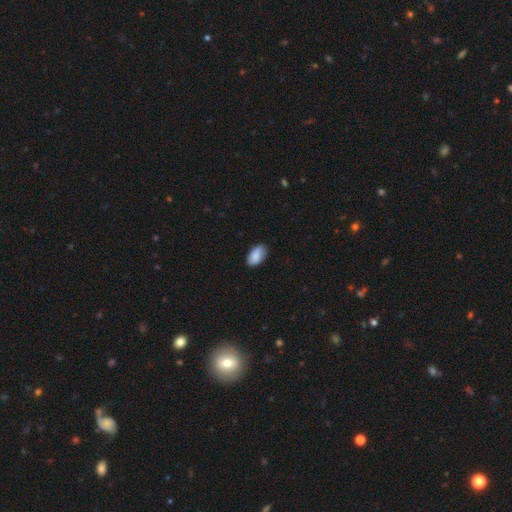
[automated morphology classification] A smooth galaxy with no disk features (85%) that is in between round and cigar-shaped (94%). Merging: none (78%).